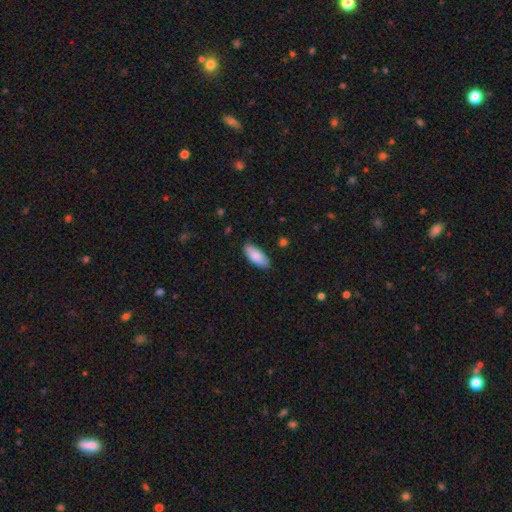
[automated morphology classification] Smooth or featured? Predicted: smooth (p=0.86). How rounded? Predicted: in between (p=0.87). Merging? Predicted: none (p=0.85).